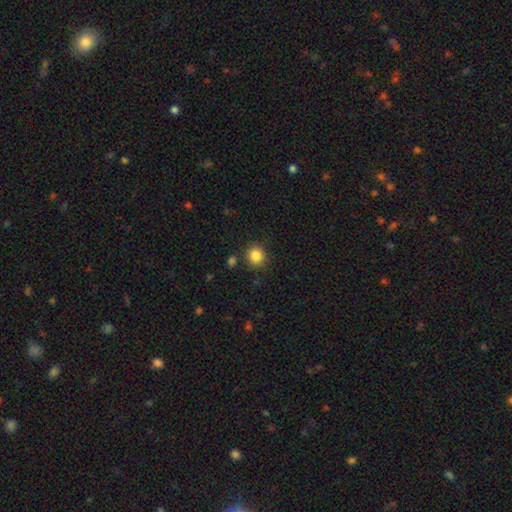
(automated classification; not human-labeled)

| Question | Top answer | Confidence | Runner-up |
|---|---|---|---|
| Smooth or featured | smooth | 86% | star or artifact (10%) |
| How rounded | round | 88% | in between (11%) |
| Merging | none | 86% | minor disturbance (8%) |